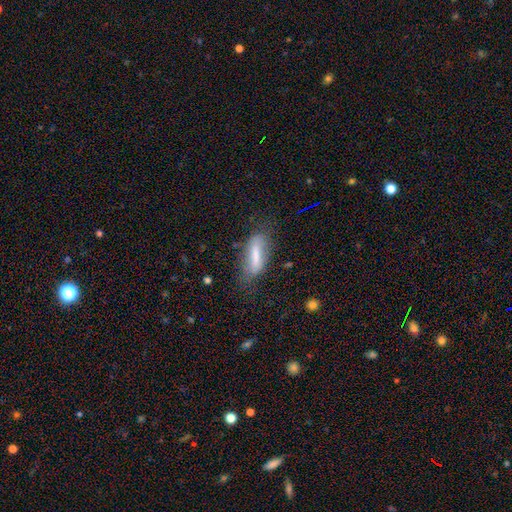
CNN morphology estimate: A smooth galaxy with no disk features (61%) that is in between round and cigar-shaped (50%).

Vote fractions:
- Smooth or featured? smooth: 61% / featured or disk: 31% / star or artifact: 8%
- How rounded? in between: 50% / cigar-shaped: 48% / round: 2%
- Merging? none: 59% / minor disturbance: 25% / major disturbance: 12% / merger: 3%